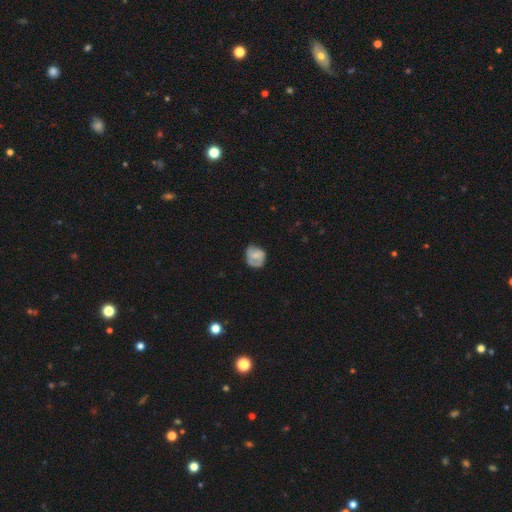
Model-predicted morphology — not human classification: Smooth or featured: smooth — 58% (featured or disk — 35%)
How rounded: round — 67% (in between — 32%)
Merging: none — 59% (minor disturbance — 29%)